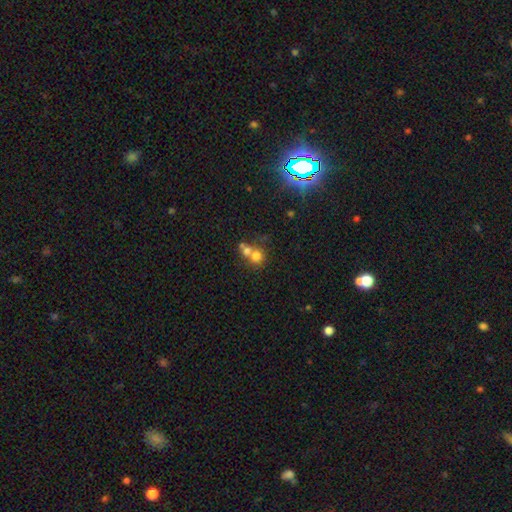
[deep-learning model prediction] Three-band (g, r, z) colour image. It shows a smooth galaxy with no disk features (72%) that is round (81%). Merging: merger (55%).